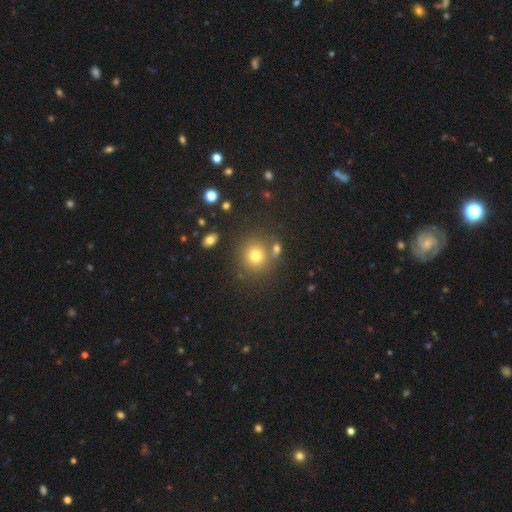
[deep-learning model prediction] Smooth or featured? Predicted: smooth (p=0.74). How rounded? Predicted: round (p=0.86). Merging? Predicted: none (p=0.74).